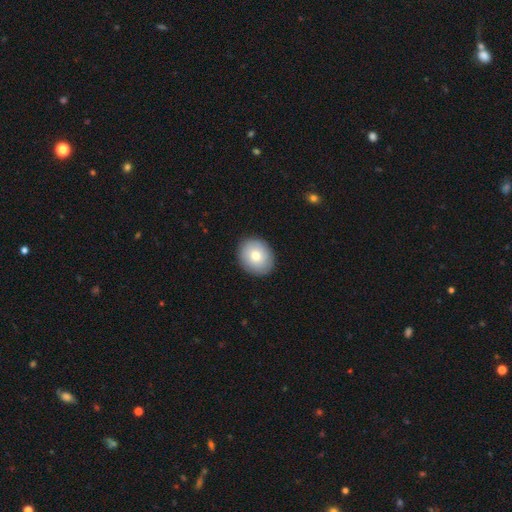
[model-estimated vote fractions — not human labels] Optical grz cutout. It shows a smooth galaxy with no disk features (76%) that is round (60%). Merging: none (89%).